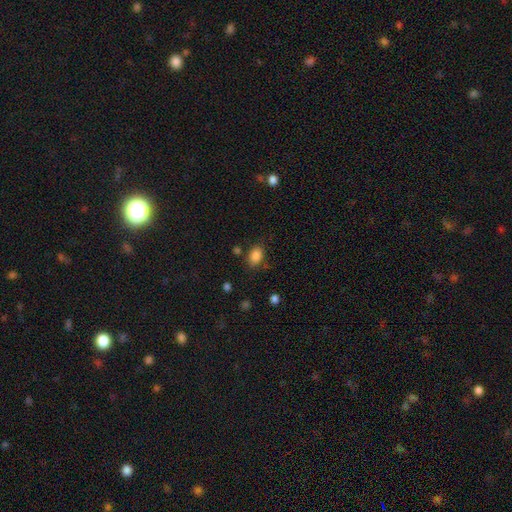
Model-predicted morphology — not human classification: type=smooth (85%); roundness=in between (81%); merging=none (78%).